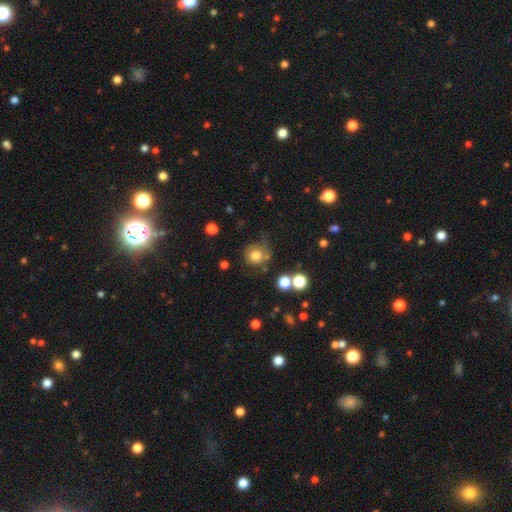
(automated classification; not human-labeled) This appears to be a smooth galaxy with no disk features (78%) that is round (88%). Merging: none (61%).